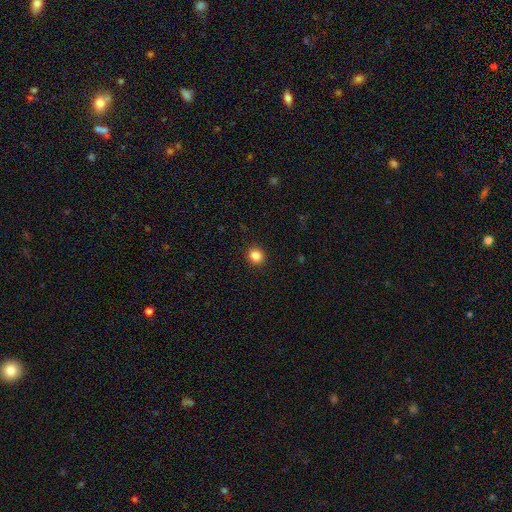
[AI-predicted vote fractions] smooth_or_featured: smooth (p=0.85) [alt: star or artifact p=0.11]
how_rounded: round (p=0.82) [alt: in between p=0.17]
merging: none (p=0.91) [alt: minor disturbance p=0.06]